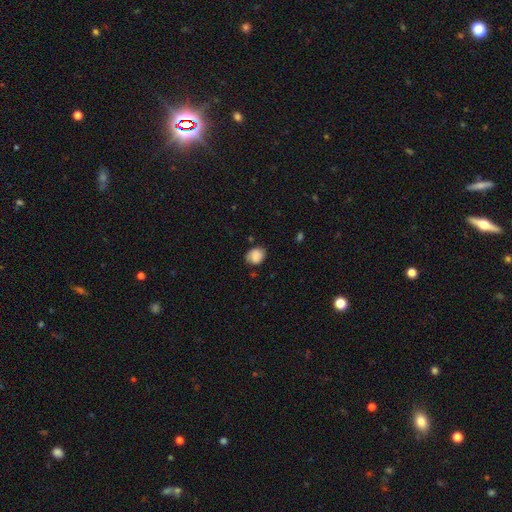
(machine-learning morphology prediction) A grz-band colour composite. It shows a smooth galaxy with no disk features (81%) that is round (59%). Merging: none (70%).